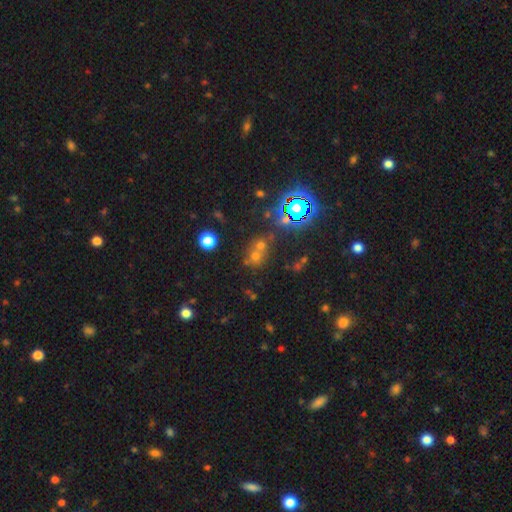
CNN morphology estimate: Smooth or featured: smooth — 46% (star or artifact — 42%)
Merging: none — 45% (merger — 44%)